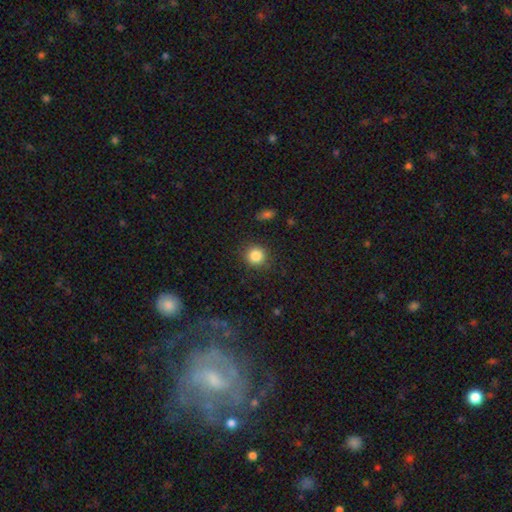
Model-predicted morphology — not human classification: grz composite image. It shows a smooth galaxy with no disk features (85%) that is round (90%). Merging: none (89%).